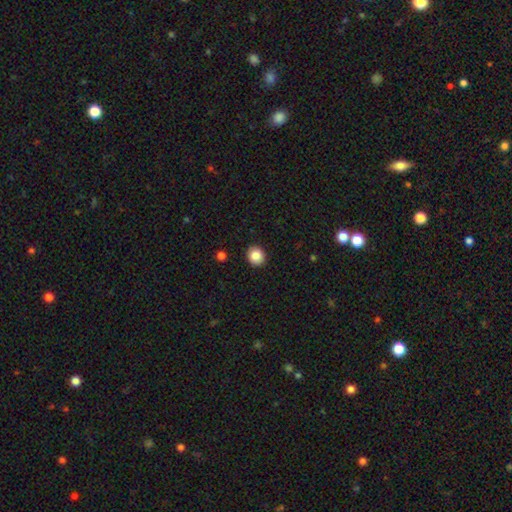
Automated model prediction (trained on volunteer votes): Q: Smooth or featured?
A: smooth (87%); runner-up: star or artifact (9%)
Q: How rounded?
A: round (79%); runner-up: in between (20%)
Q: Merging?
A: none (91%); runner-up: minor disturbance (6%)